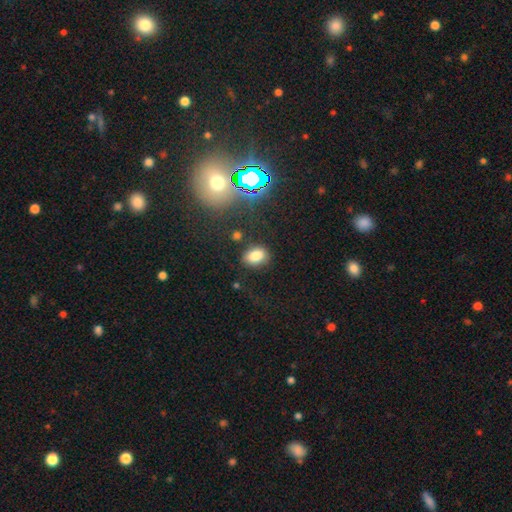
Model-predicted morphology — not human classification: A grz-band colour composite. It shows a smooth galaxy with no disk features (77%) that is in between round and cigar-shaped (73%). Merging: none (79%).